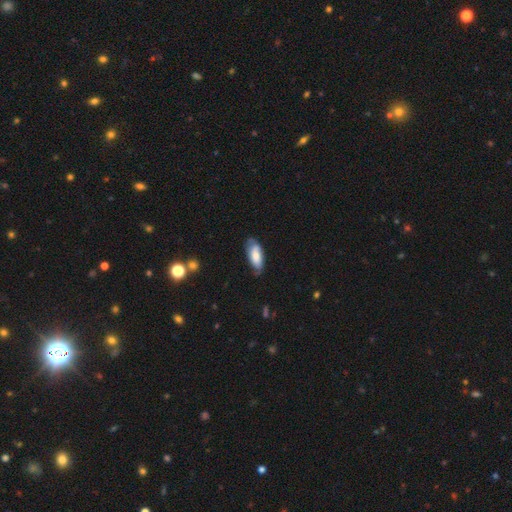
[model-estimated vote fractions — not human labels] This is likely a smooth galaxy (62%). How rounded: clearly in between (82%). Merging: likely none (64%).